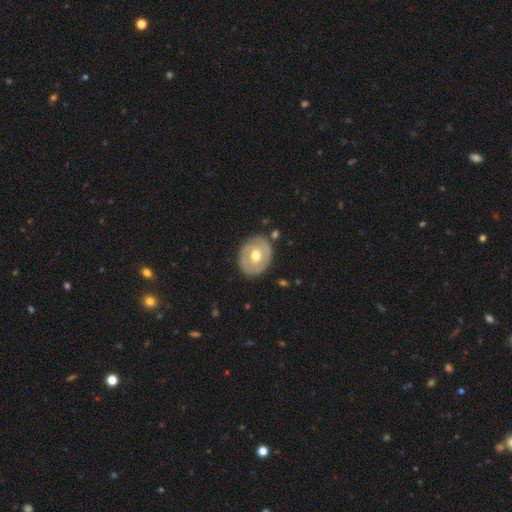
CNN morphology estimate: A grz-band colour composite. It shows a smooth galaxy with no disk features (48%). Merging: none (83%).